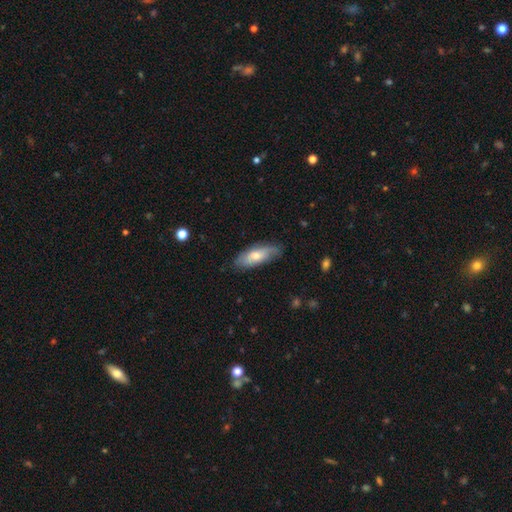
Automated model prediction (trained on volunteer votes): This is likely a smooth galaxy (66%). How rounded: likely in between (69%). Merging: likely none (75%).